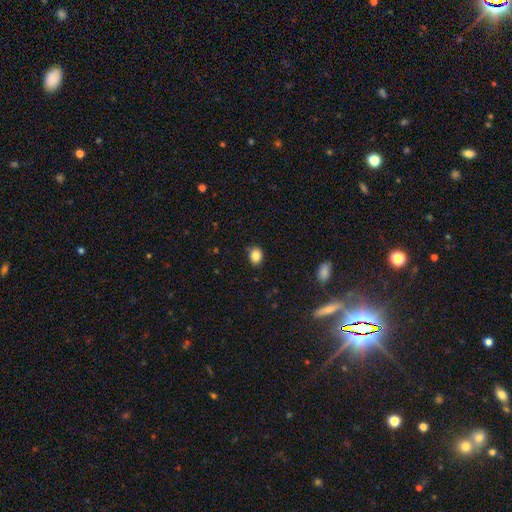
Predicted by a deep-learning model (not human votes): Morphology: type=smooth (85%); roundness=round (56%); merging=none (85%).